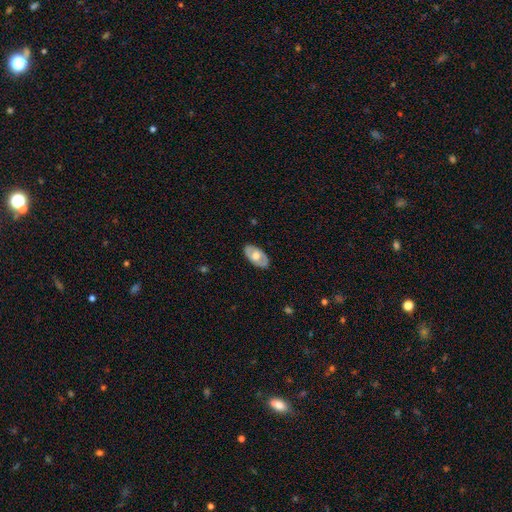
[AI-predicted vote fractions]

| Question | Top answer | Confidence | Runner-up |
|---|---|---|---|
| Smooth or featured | smooth | 48% | featured or disk (47%) |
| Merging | none | 85% | minor disturbance (12%) |